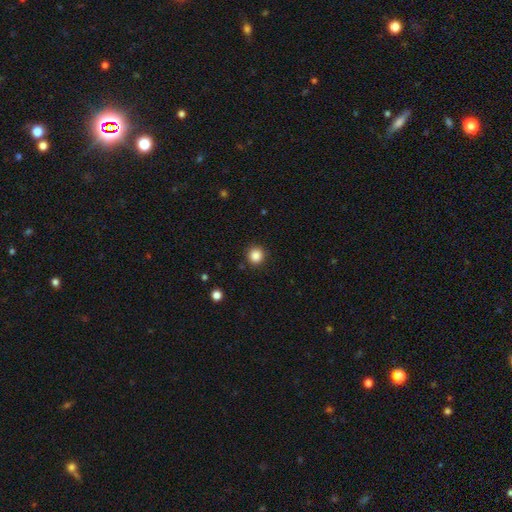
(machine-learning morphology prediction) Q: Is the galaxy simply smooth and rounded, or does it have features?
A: smooth — 86%.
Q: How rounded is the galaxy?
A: round — 94%.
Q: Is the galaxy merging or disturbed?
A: none — 90%.